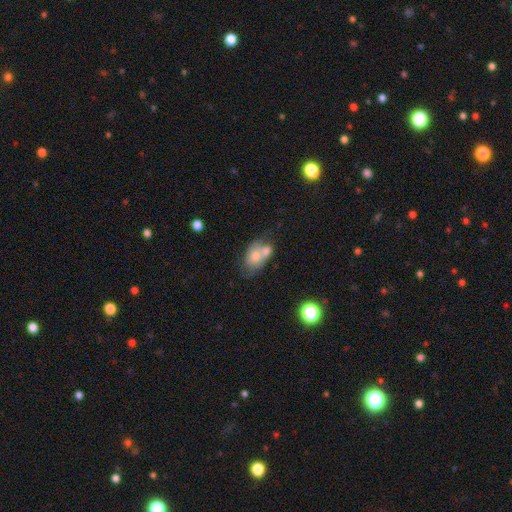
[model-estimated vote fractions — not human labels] Q: Smooth or featured?
A: smooth (63%); runner-up: featured or disk (28%)
Q: How rounded?
A: in between (79%); runner-up: round (20%)
Q: Merging?
A: merger (52%); runner-up: none (27%)